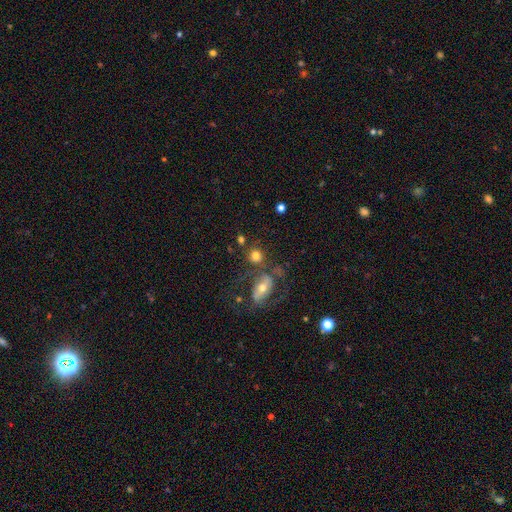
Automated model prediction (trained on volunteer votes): This is likely a smooth galaxy (68%). How rounded: likely round (79%). Merging: possibly none (57%).